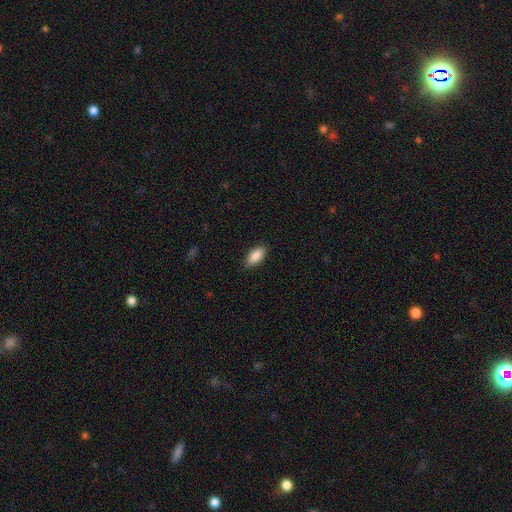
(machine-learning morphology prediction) Smooth or featured?
  - smooth: 89% *
  - star or artifact: 6%
  - featured or disk: 5%
How rounded?
  - in between: 90% *
  - cigar-shaped: 7%
  - round: 2%
Merging?
  - none: 87% *
  - minor disturbance: 9%
  - major disturbance: 2%
  - merger: 1%